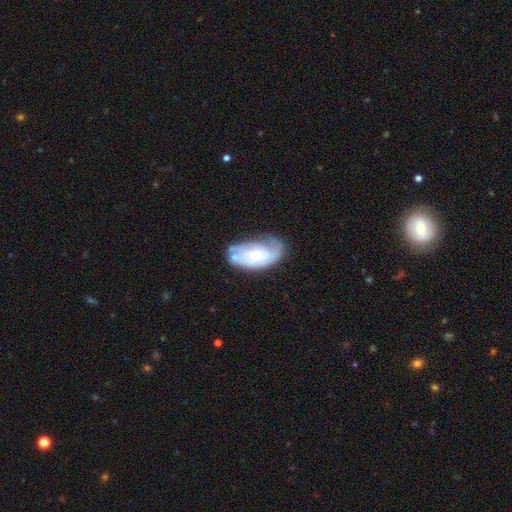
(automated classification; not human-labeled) Smooth or featured? Predicted: featured or disk (p=0.59). Edge-on disk? Predicted: no (p=0.94). Bar? Predicted: no (p=0.71). Spiral arms? Predicted: yes (p=0.75). Bulge size? Predicted: moderate (p=0.46). Merging? Predicted: none (p=0.50).